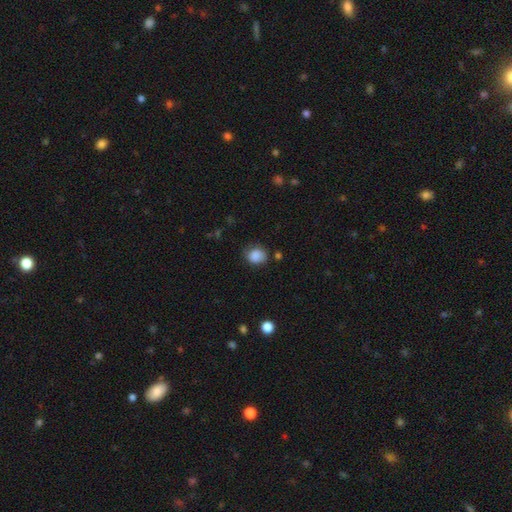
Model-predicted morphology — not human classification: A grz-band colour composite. It shows a smooth galaxy with no disk features (86%) that is round (67%). Merging: none (68%).